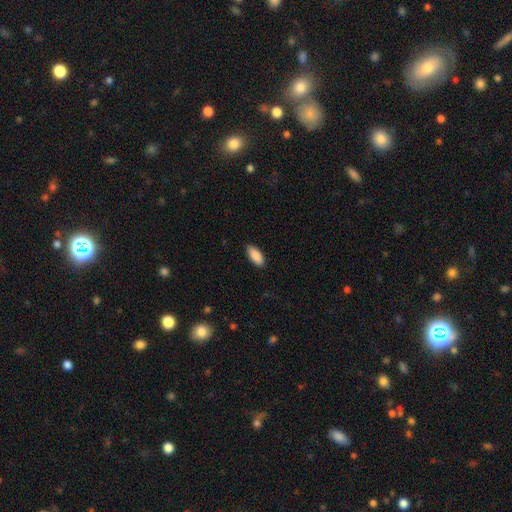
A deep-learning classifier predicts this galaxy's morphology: This is clearly a smooth galaxy (90%). How rounded: clearly in between (88%). Merging: clearly none (88%).